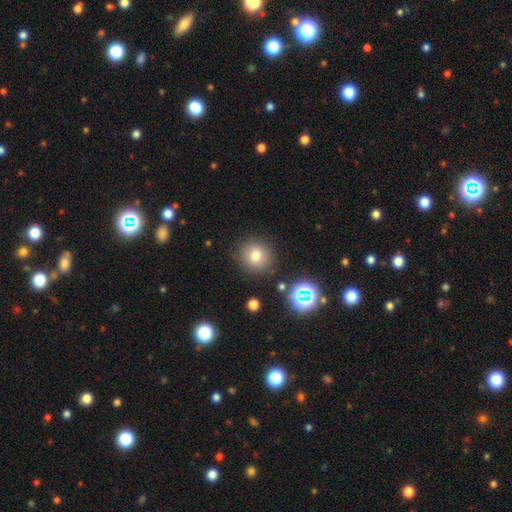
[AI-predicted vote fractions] smooth 74%, star or artifact 15%, featured or disk 10%. Down the decision tree: how rounded — round (86%); merging — none (83%).